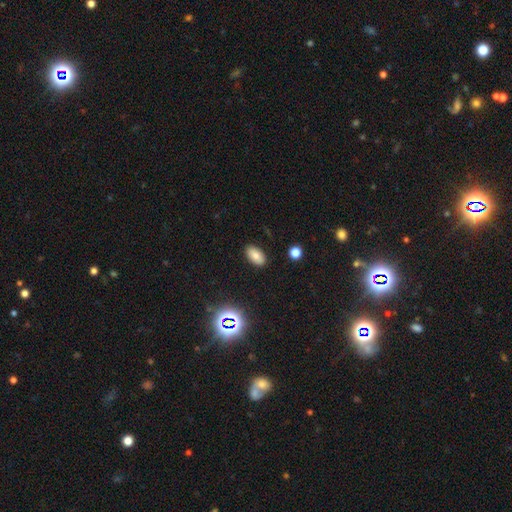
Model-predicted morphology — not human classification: smooth_or_featured: smooth (p=0.76) [alt: star or artifact p=0.13]
how_rounded: in between (p=0.93) [alt: round p=0.05]
merging: none (p=0.88) [alt: minor disturbance p=0.08]